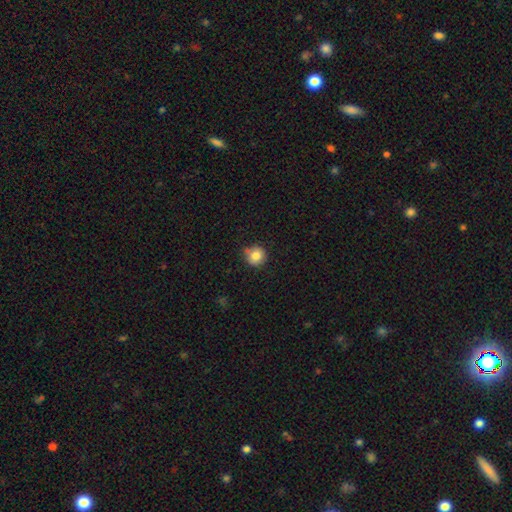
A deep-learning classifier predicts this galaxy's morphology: smooth 83%, star or artifact 10%, featured or disk 7%. Down the decision tree: how rounded — round (91%); merging — none (72%).